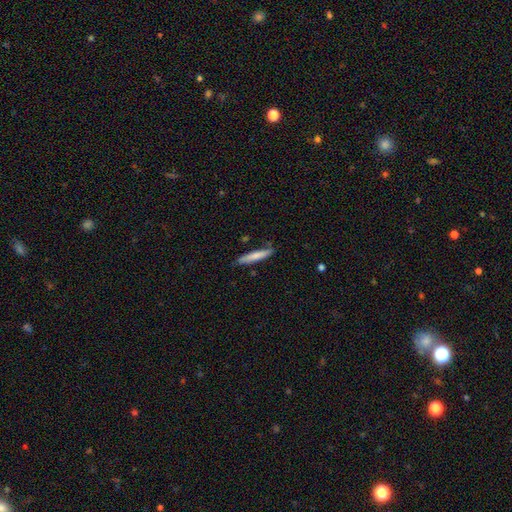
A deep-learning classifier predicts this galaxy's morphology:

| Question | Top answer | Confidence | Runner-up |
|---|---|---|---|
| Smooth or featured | smooth | 71% | featured or disk (24%) |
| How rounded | cigar-shaped | 92% | in between (7%) |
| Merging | none | 83% | minor disturbance (12%) |